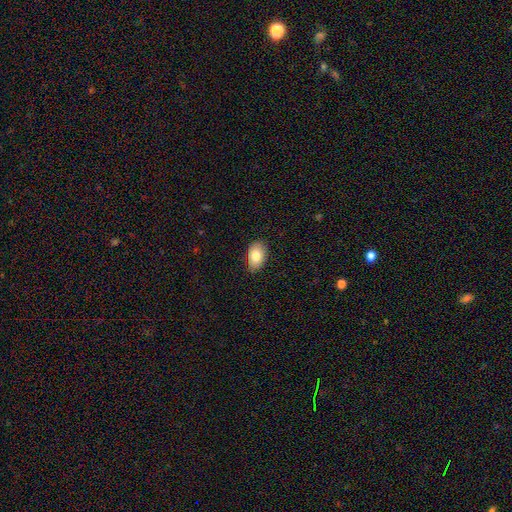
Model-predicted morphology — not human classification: type=smooth (80%); roundness=in between (90%); merging=none (82%).